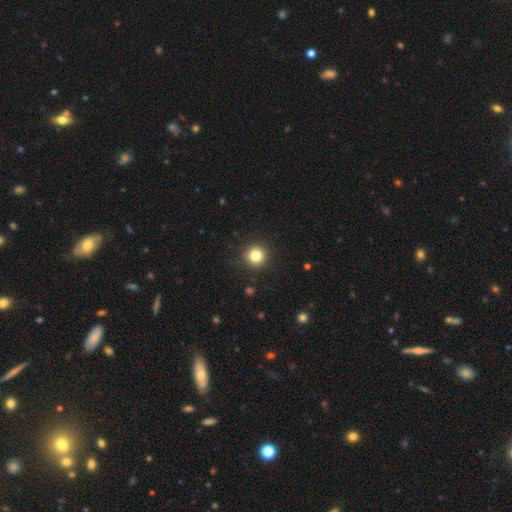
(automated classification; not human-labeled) Smooth or featured?
  - smooth: 83% *
  - star or artifact: 12%
  - featured or disk: 6%
How rounded?
  - round: 95% *
  - in between: 4%
  - cigar-shaped: 1%
Merging?
  - none: 91% *
  - minor disturbance: 6%
  - major disturbance: 2%
  - merger: 1%